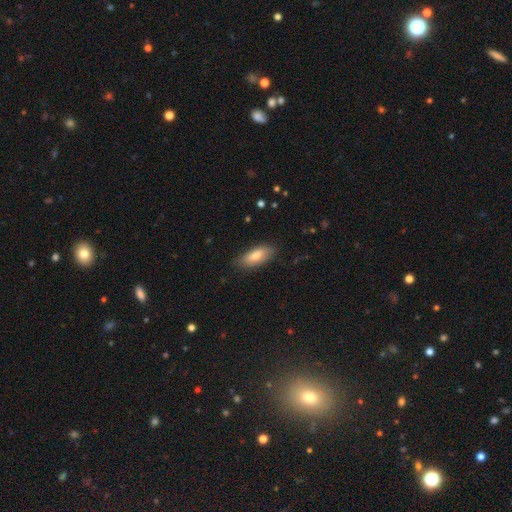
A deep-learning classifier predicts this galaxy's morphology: This is likely a smooth galaxy (77%). How rounded: likely in between (77%). Merging: clearly none (82%).